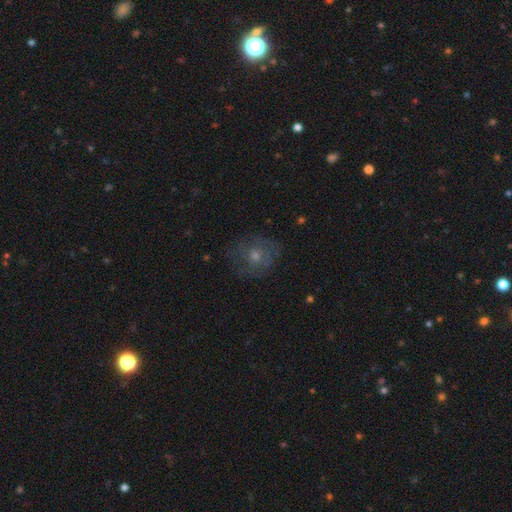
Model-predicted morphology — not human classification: Smooth or featured: featured or disk — 43% (smooth — 38%)
Merging: none — 74% (minor disturbance — 16%)